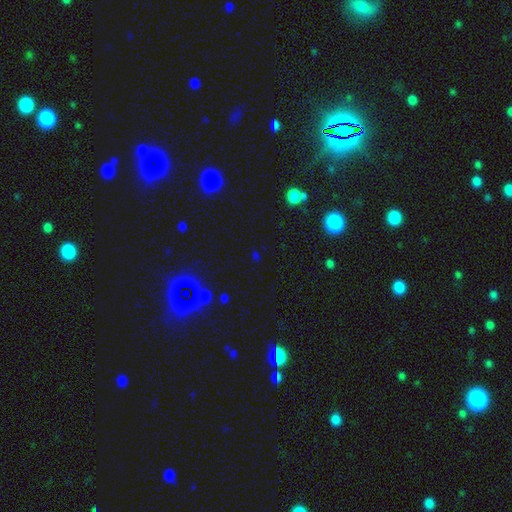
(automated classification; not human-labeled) Smooth or featured? star or artifact (63%)